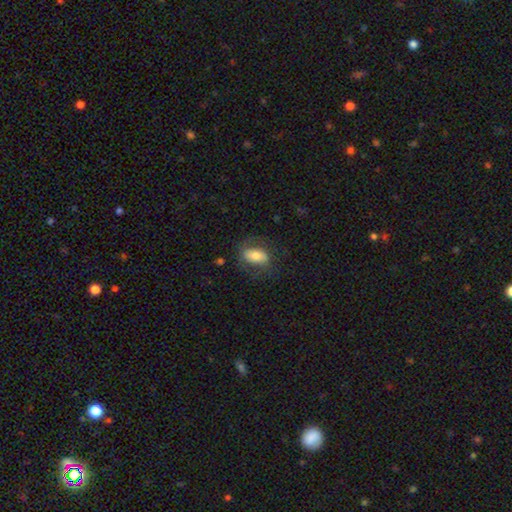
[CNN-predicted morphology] This is likely a smooth galaxy (61%). How rounded: clearly in between (86%). Merging: likely none (66%).